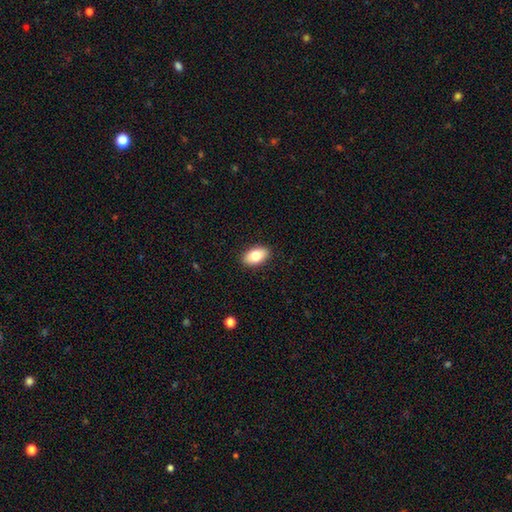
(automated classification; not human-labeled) This appears to be a smooth galaxy with no disk features (80%) that is in between round and cigar-shaped (92%). Merging: none (90%).